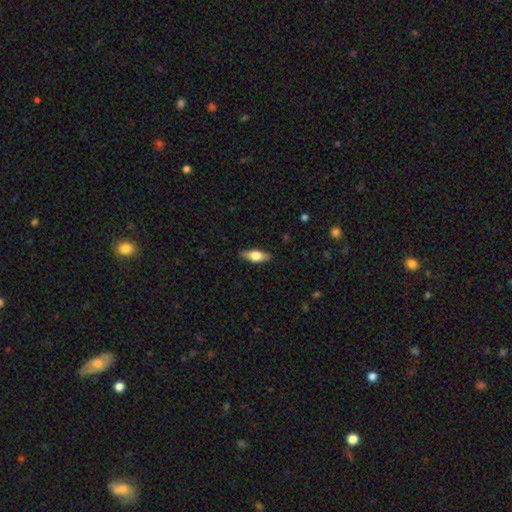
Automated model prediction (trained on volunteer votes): Smooth or featured: smooth — 61% (featured or disk — 32%)
How rounded: in between — 75% (cigar-shaped — 21%)
Merging: none — 86% (minor disturbance — 11%)